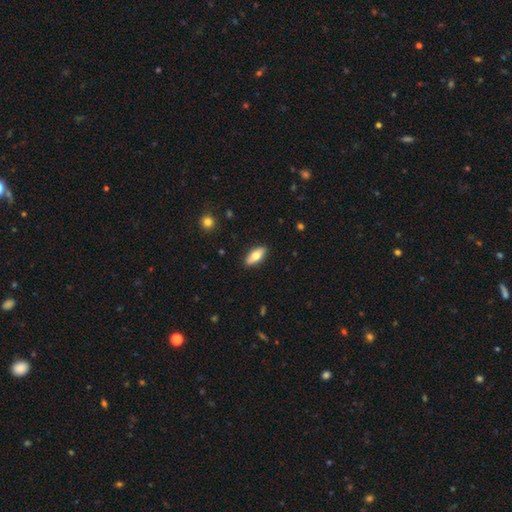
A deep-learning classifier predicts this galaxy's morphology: Smooth or featured?
  - smooth: 68% *
  - featured or disk: 26%
  - star or artifact: 6%
How rounded?
  - in between: 79% *
  - cigar-shaped: 18%
  - round: 3%
Merging?
  - none: 89% *
  - minor disturbance: 8%
  - major disturbance: 2%
  - merger: 1%